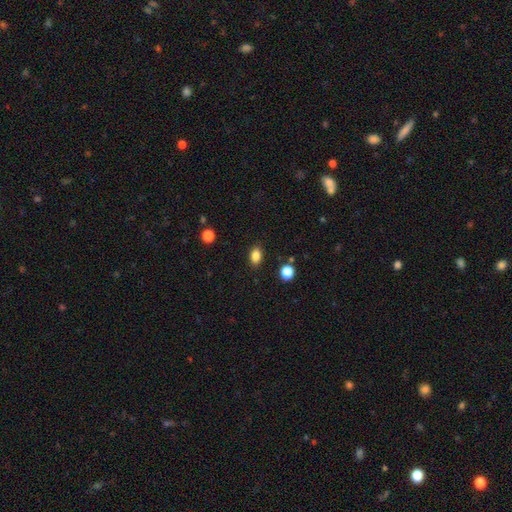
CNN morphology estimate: smooth_or_featured: smooth (p=0.85) [alt: star or artifact p=0.10]
how_rounded: in between (p=0.81) [alt: round p=0.17]
merging: none (p=0.87) [alt: minor disturbance p=0.09]